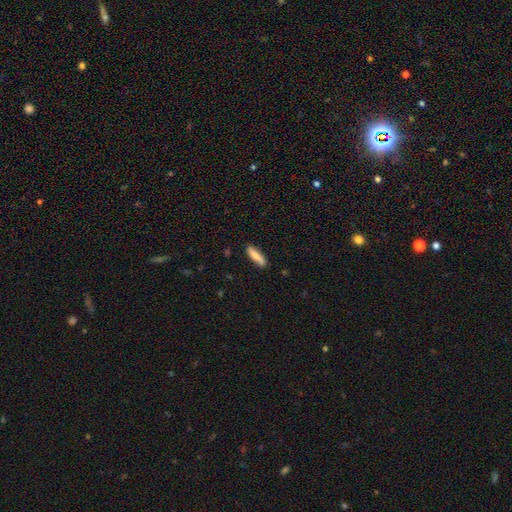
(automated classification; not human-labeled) A smooth galaxy with no disk features (78%) that is cigar-shaped (68%). Merging: none (84%).